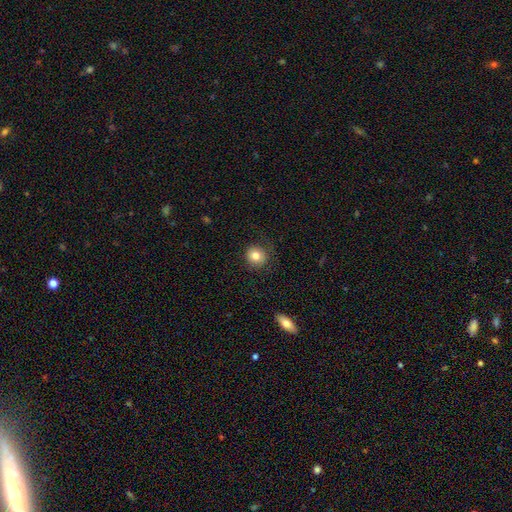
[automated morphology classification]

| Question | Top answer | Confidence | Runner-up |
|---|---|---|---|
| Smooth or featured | smooth | 81% | star or artifact (10%) |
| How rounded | round | 89% | in between (10%) |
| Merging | none | 82% | minor disturbance (12%) |